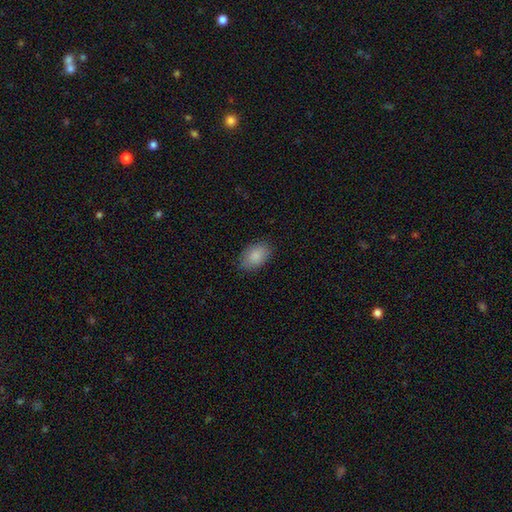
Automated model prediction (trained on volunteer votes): smooth 88%, star or artifact 6%, featured or disk 6%. Down the decision tree: how rounded — in between (91%); merging — none (83%).